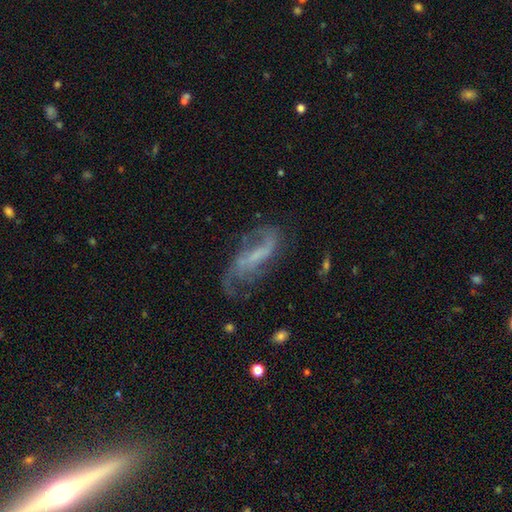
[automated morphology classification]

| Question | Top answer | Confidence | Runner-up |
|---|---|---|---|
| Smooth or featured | featured or disk | 75% | smooth (15%) |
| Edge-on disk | no | 91% | yes (9%) |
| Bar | weak | 39% | no (31%) |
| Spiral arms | yes | 85% | no (15%) |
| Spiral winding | loose | 55% | medium (32%) |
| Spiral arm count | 2 | 61% | can't tell (18%) |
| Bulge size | none | 47% | small (35%) |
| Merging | none | 51% | major disturbance (24%) |